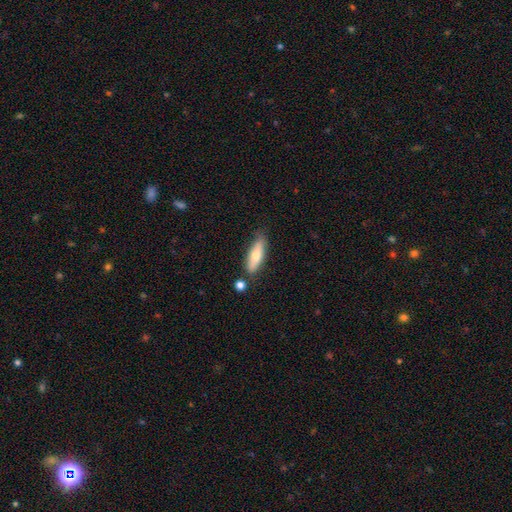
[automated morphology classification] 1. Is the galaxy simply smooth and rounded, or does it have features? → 62% smooth, 32% featured or disk, 6% star or artifact.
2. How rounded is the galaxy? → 49% cigar-shaped, 48% in between, 2% round.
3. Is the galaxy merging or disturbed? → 73% none, 16% minor disturbance, 8% merger, 3% major disturbance.